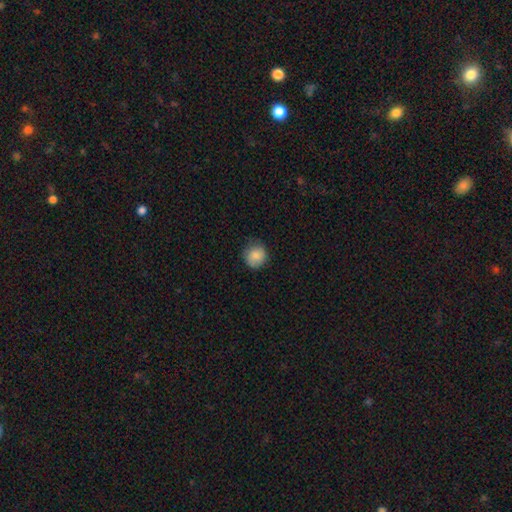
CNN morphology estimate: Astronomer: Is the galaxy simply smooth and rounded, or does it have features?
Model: smooth — 86%.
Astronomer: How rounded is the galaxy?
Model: round — 90%.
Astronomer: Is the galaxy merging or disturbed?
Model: none — 79%.